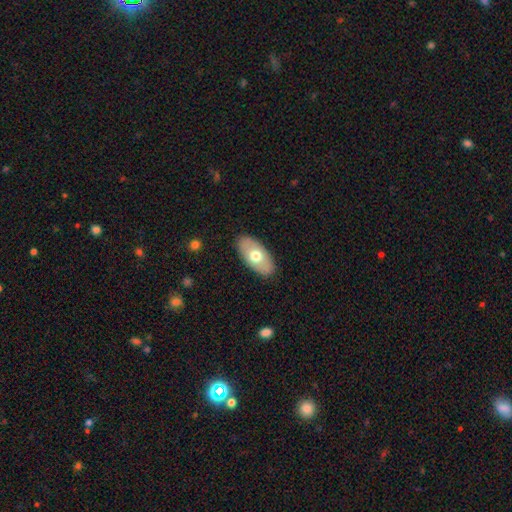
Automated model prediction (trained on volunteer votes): smooth_or_featured: smooth (p=0.62) [alt: featured or disk p=0.33]
how_rounded: in between (p=0.93) [alt: cigar-shaped p=0.03]
merging: none (p=0.87) [alt: minor disturbance p=0.10]